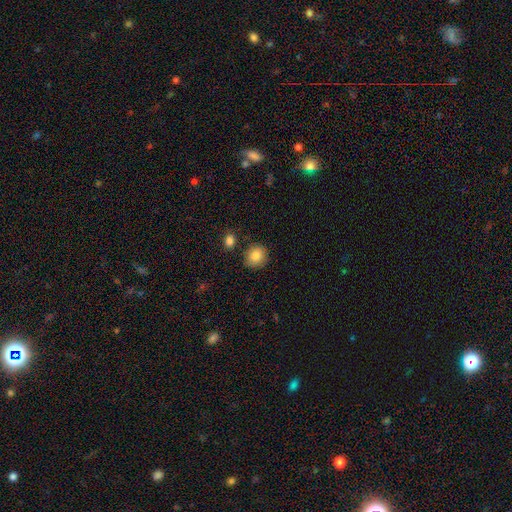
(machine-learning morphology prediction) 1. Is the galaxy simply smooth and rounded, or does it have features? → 85% smooth, 9% star or artifact, 7% featured or disk.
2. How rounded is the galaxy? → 84% round, 15% in between, 1% cigar-shaped.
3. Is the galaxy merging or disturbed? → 85% none, 9% minor disturbance, 4% merger, 2% major disturbance.